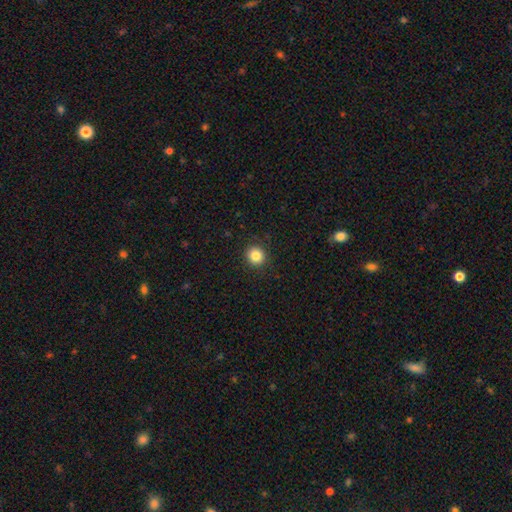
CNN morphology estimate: smooth-or-featured: smooth: 84% | star or artifact: 11% | featured or disk: 5%
  how-rounded: round: 92% | in between: 7% | cigar-shaped: 1%
  merging: none: 91% | minor disturbance: 6% | major disturbance: 2% | merger: 1%